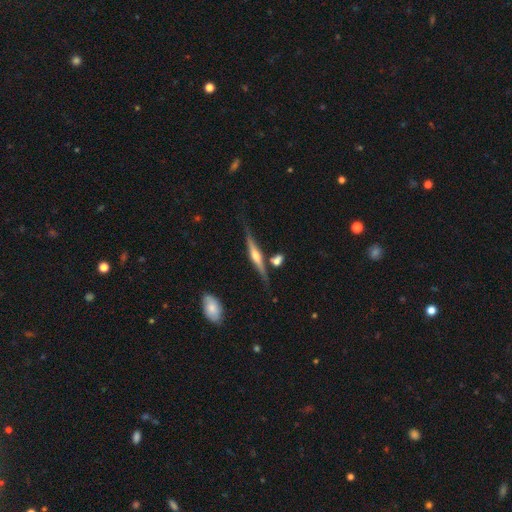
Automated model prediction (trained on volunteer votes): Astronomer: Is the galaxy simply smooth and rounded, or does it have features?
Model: featured or disk — 77%.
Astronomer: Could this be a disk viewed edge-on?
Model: yes — 97%.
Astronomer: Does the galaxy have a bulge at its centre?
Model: rounded — 85%.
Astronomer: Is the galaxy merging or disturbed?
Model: none — 77%.